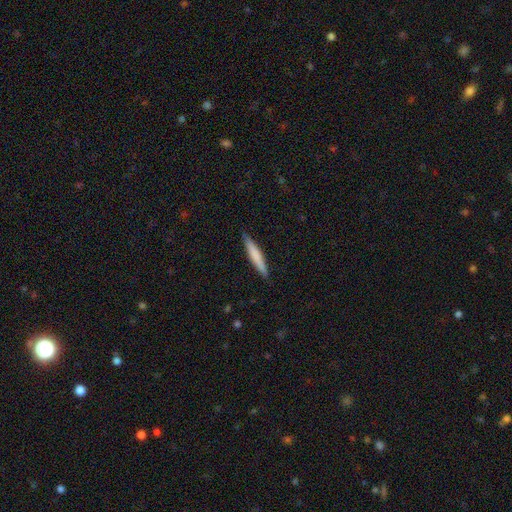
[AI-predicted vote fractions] Morphology: type=smooth (68%); roundness=cigar-shaped (94%); merging=none (90%).